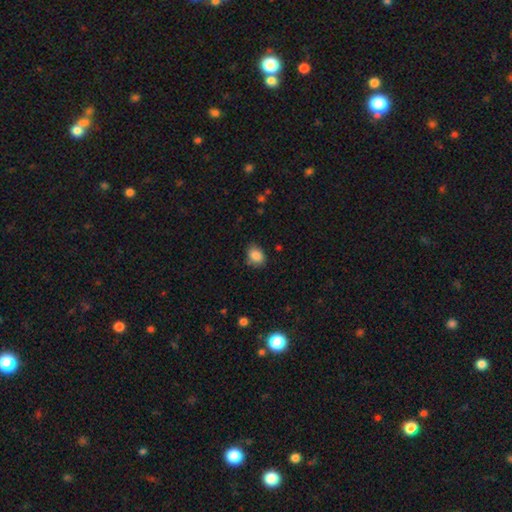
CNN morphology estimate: The model was most divided on "how rounded": in between: 61%, round: 38%, cigar-shaped: 1%. More confident: smooth or featured — smooth (85%); merging — none (78%).